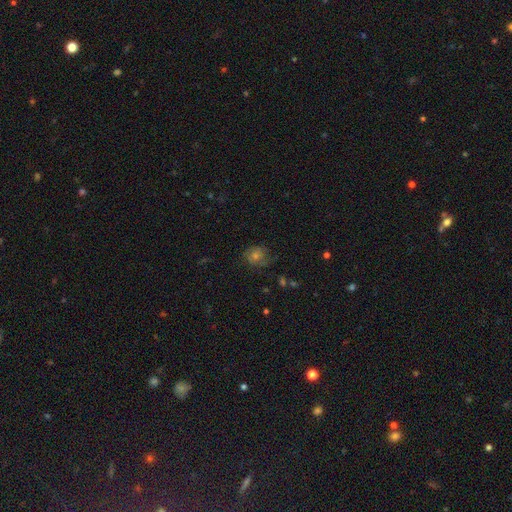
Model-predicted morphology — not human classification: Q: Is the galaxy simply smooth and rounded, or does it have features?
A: smooth — 43%.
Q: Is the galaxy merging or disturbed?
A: none — 67%.